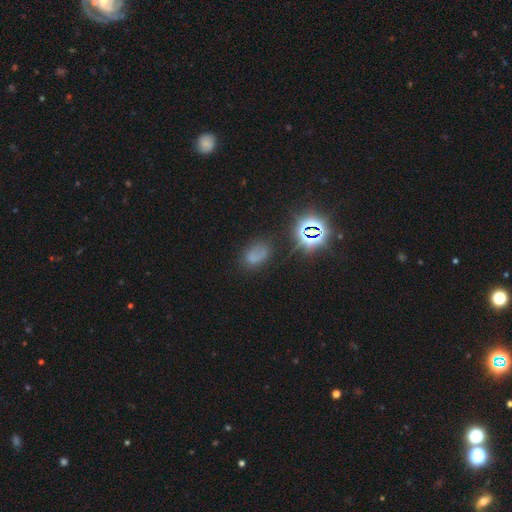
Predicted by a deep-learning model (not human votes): smooth-or-featured: smooth: 51% | star or artifact: 33% | featured or disk: 16%
  how-rounded: in between: 78% | round: 19% | cigar-shaped: 2%
  merging: none: 52% | minor disturbance: 25% | major disturbance: 16% | merger: 8%